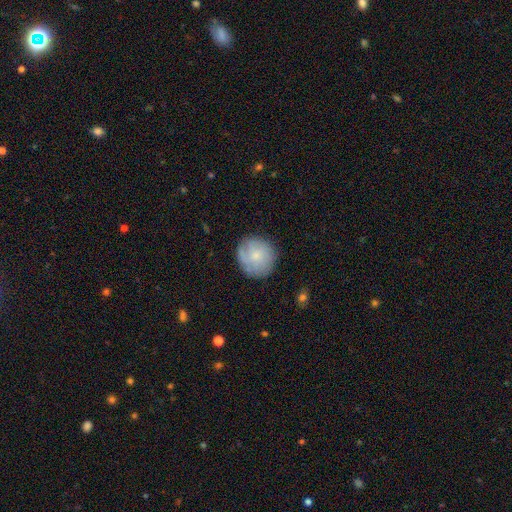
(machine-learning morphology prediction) smooth_or_featured: smooth (p=0.61) [alt: featured or disk p=0.32]
how_rounded: round (p=0.90) [alt: in between p=0.09]
merging: none (p=0.80) [alt: minor disturbance p=0.15]